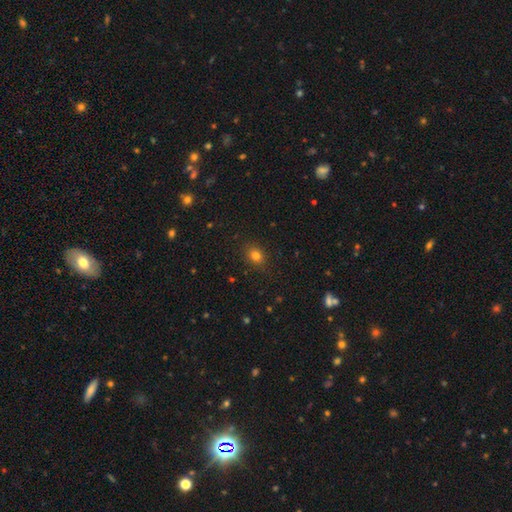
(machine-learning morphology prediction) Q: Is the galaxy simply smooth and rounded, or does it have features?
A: smooth — 79%.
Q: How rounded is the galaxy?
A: round — 53%.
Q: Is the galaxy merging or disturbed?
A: none — 86%.